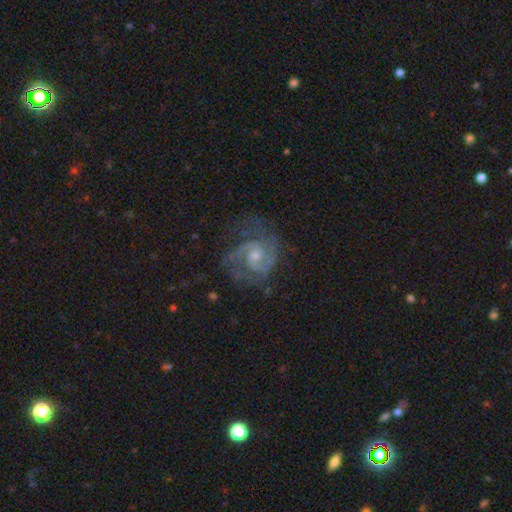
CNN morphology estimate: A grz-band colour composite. It shows a featured or disk galaxy (87%) with no bar (56%), 2 (71%) medium (50%) spiral arms (96%) and a moderate central bulge (48%). Merging: none (60%).